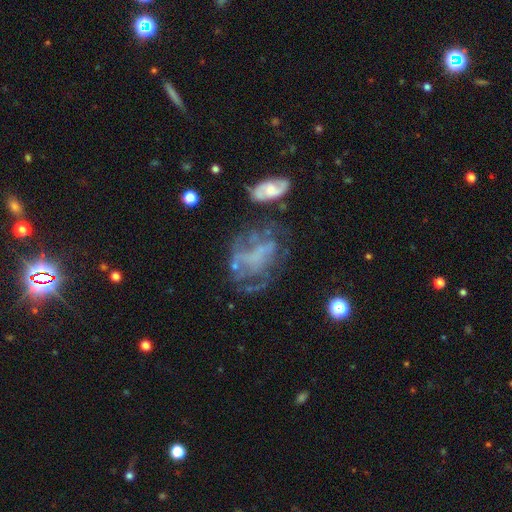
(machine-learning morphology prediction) Smooth or featured?
  - featured or disk: 63% *
  - smooth: 21%
  - star or artifact: 16%
Edge-on disk?
  - no: 97% *
  - yes: 3%
Bar?
  - no: 76% *
  - weak: 17%
  - strong: 7%
Spiral arms?
  - no: 63% *
  - yes: 37%
Bulge size?
  - none: 73% *
  - small: 12%
  - moderate: 10%
  - large: 4%
  - dominant: 1%
Merging?
  - none: 38% *
  - major disturbance: 33%
  - minor disturbance: 19%
  - merger: 10%